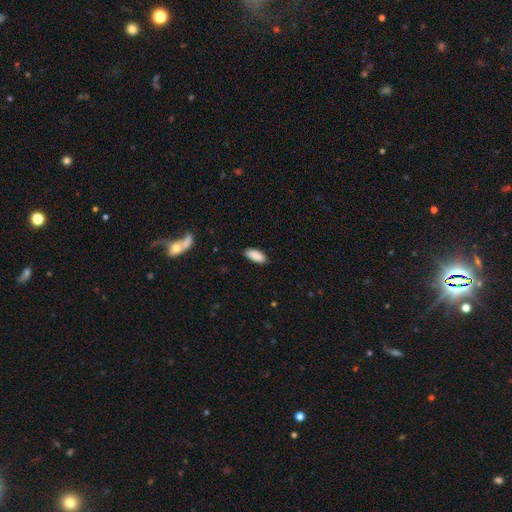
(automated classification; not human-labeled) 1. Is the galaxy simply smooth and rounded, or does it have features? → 90% smooth, 6% star or artifact, 4% featured or disk.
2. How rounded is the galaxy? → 88% in between, 10% cigar-shaped, 2% round.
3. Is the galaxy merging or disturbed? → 87% none, 10% minor disturbance, 2% major disturbance, 1% merger.